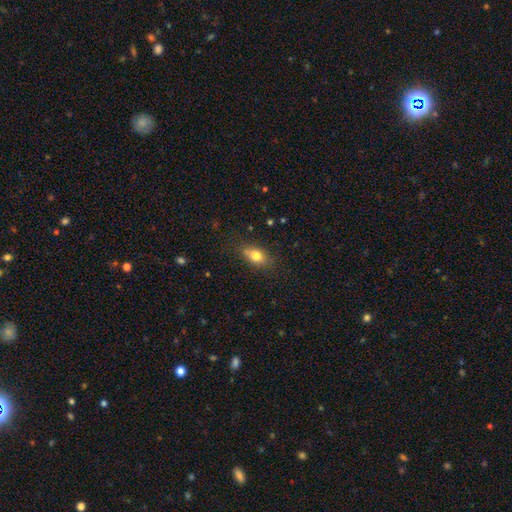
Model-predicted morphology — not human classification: smooth-or-featured: smooth: 77% | featured or disk: 14% | star or artifact: 9%
  how-rounded: in between: 82% | round: 11% | cigar-shaped: 7%
  merging: none: 79% | minor disturbance: 16% | major disturbance: 4% | merger: 2%